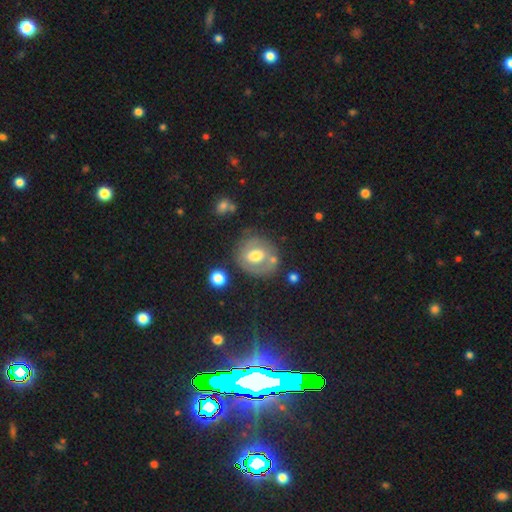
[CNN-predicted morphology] smooth_or_featured: featured or disk (p=0.46) [tied with: smooth p=0.46]
merging: none (p=0.64) [alt: minor disturbance p=0.20]